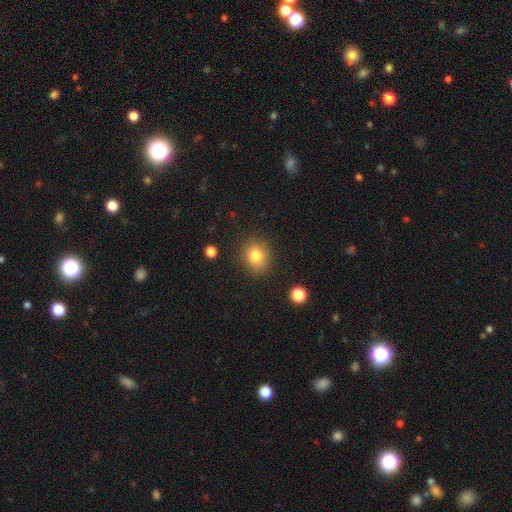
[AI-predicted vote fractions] Morphology: type=smooth (82%); roundness=round (66%); merging=none (86%).